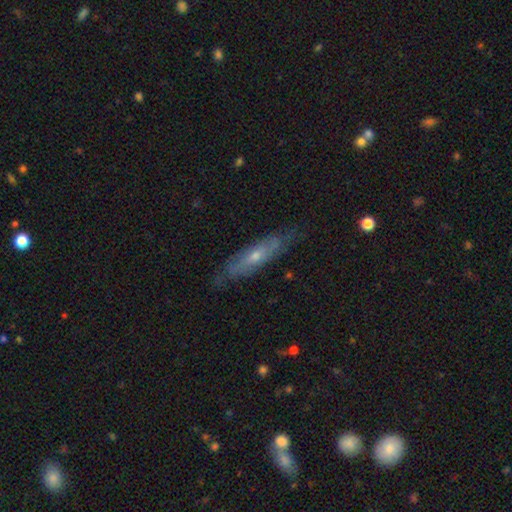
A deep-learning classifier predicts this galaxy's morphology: smooth-or-featured: featured or disk: 62% | smooth: 32% | star or artifact: 6%
  disk-edge-on: no: 53% | yes: 47%
  merging: none: 74% | minor disturbance: 20% | major disturbance: 5% | merger: 1%